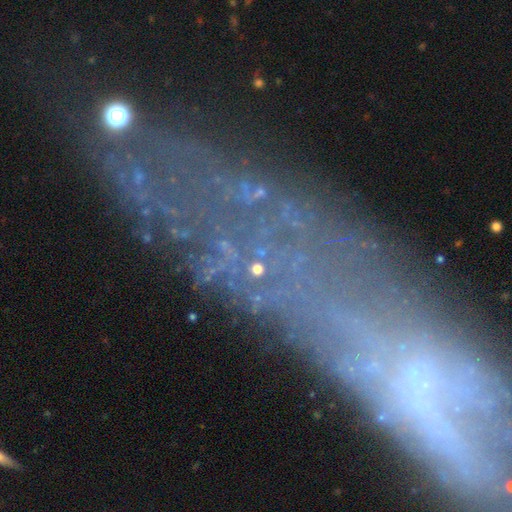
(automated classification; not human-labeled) This is marginally a star or artifact rather than a galaxy (43%).